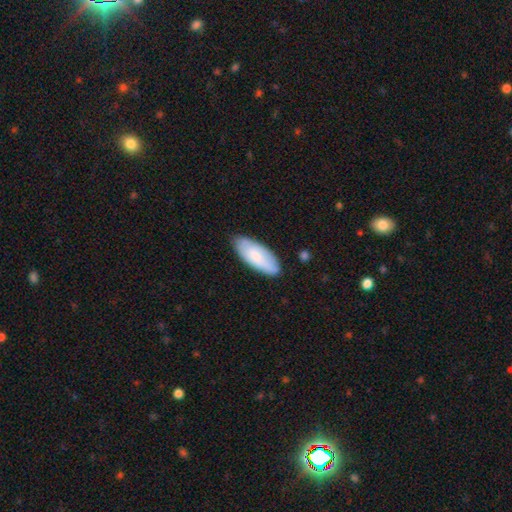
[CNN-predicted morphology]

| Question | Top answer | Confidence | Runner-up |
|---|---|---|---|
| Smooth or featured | smooth | 76% | featured or disk (18%) |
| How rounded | in between | 81% | cigar-shaped (18%) |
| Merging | none | 81% | minor disturbance (15%) |